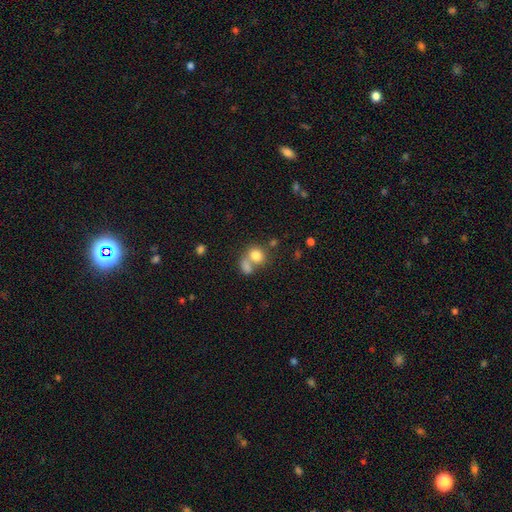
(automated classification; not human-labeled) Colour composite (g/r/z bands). It shows a smooth galaxy with no disk features (79%) that is round (67%). Merging: merger (47%).